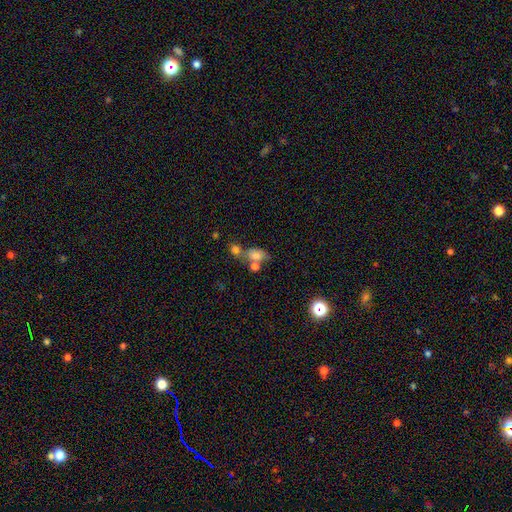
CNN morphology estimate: smooth 72%, featured or disk 15%, star or artifact 13%. Down the decision tree: how rounded — in between (77%); merging — merger (44%).